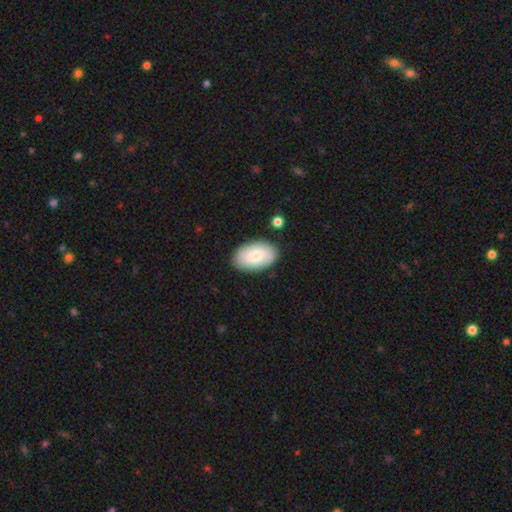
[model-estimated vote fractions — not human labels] A smooth galaxy with no disk features (74%) that is in between round and cigar-shaped (94%). Merging: none (85%).